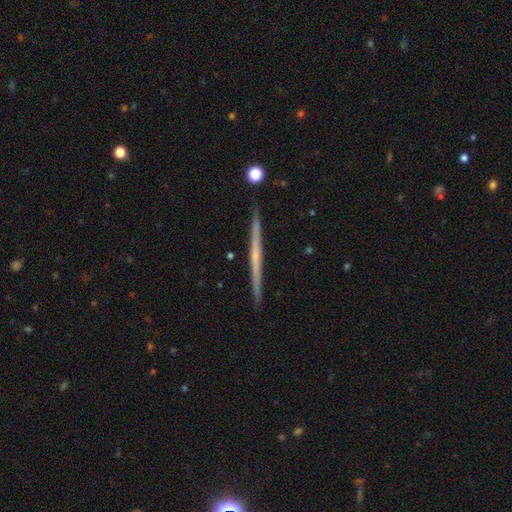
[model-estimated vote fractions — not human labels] Smooth or featured: featured or disk — 67% (smooth — 27%)
Edge-on disk: yes — 98% (no — 2%)
Edge-on bulge: none — 75% (rounded — 21%)
Merging: none — 93% (minor disturbance — 5%)